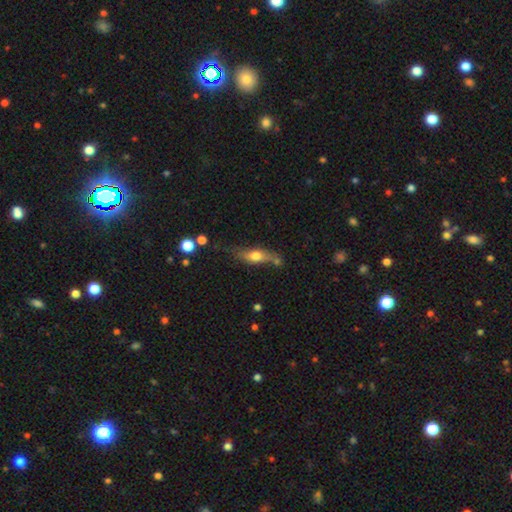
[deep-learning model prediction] A smooth galaxy with no disk features (58%) that is in between round and cigar-shaped (53%). Merging: none (50%).